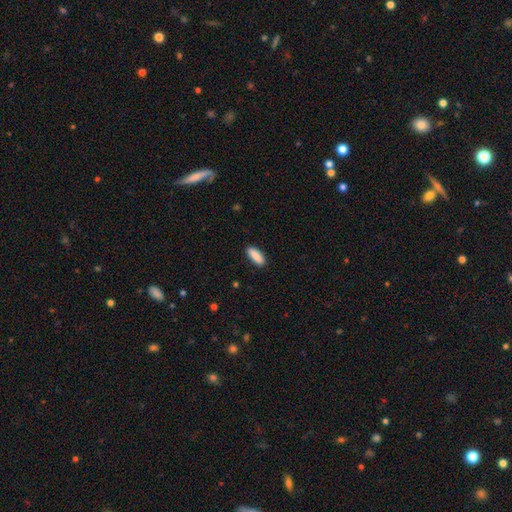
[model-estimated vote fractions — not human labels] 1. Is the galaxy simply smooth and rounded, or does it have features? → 90% smooth, 6% star or artifact, 4% featured or disk.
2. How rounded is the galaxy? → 70% in between, 29% cigar-shaped, 2% round.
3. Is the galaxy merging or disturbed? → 89% none, 8% minor disturbance, 2% major disturbance, 1% merger.